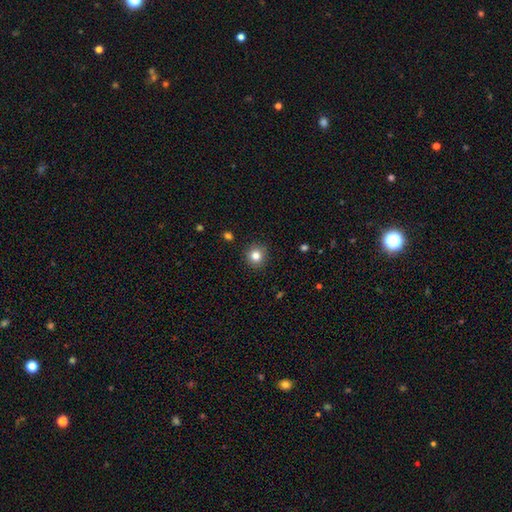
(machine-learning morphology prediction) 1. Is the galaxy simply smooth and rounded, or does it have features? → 82% smooth, 11% star or artifact, 6% featured or disk.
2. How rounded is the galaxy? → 93% round, 6% in between, 1% cigar-shaped.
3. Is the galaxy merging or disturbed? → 91% none, 6% minor disturbance, 2% major disturbance, 1% merger.